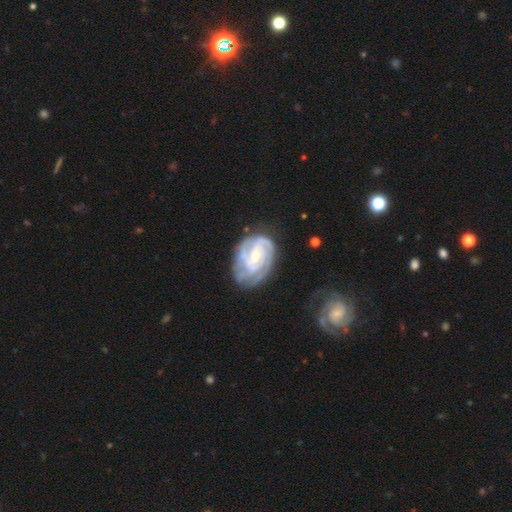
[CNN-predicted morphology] Overall: featured or disk (86%). Edge-on disk: no (97%). Bar: no (48%; weak 39%). Spiral arms: yes (95%). Spiral arm count: can't tell (29%; 3 26%). Spiral winding: tight (67%). Bulge size: small (61%; moderate 34%). Merging: none (61%; minor disturbance 24%).